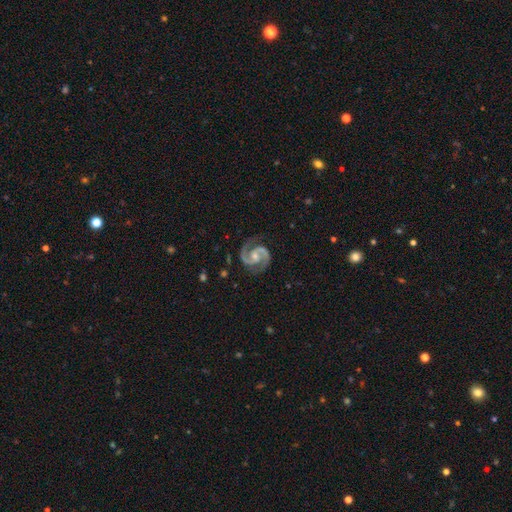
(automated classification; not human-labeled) featured or disk 94%, star or artifact 4%, smooth 3%. Down the decision tree: edge-on disk — no (98%); bar — no (53%); spiral arms — yes (99%); spiral arm count — 2 (94%); spiral winding — medium (62%); bulge size — moderate (47%); merging — none (84%).